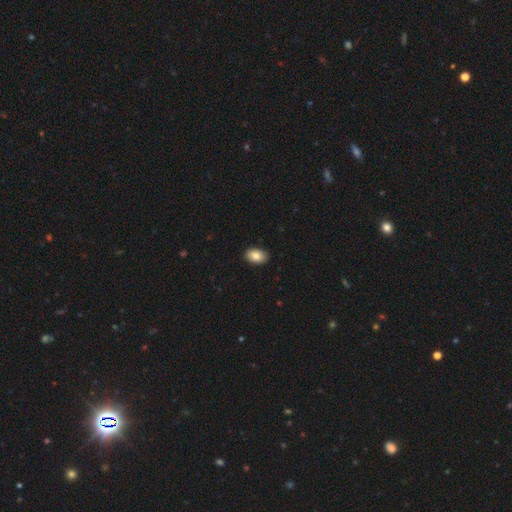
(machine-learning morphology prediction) Overall: smooth (84%). How rounded: in between (87%). Merging: none (91%).